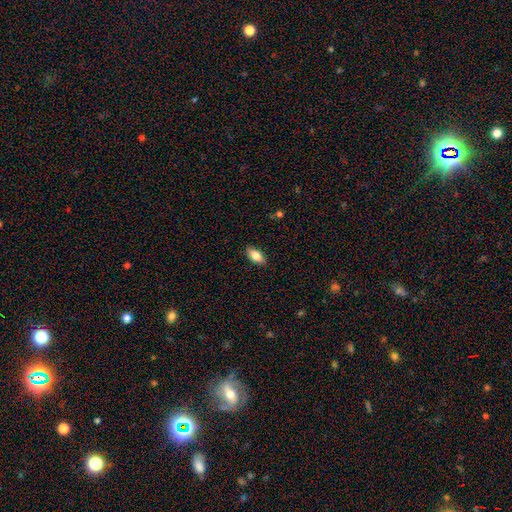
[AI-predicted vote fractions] Q: Smooth or featured?
A: smooth (79%); runner-up: featured or disk (14%)
Q: How rounded?
A: in between (88%); runner-up: cigar-shaped (8%)
Q: Merging?
A: none (88%); runner-up: minor disturbance (9%)